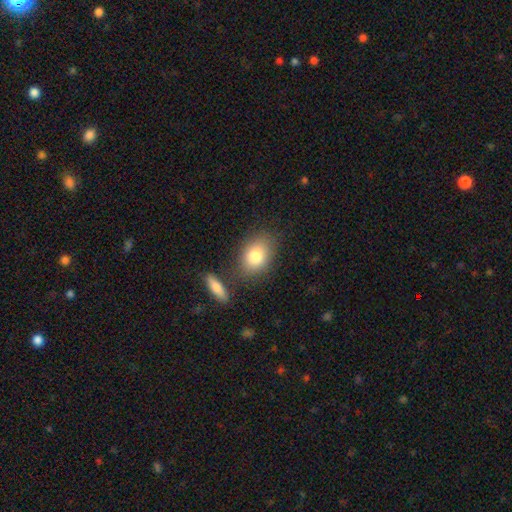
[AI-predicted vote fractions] Smooth or featured: smooth — 80% (featured or disk — 12%)
How rounded: in between — 75% (round — 23%)
Merging: none — 74% (minor disturbance — 13%)